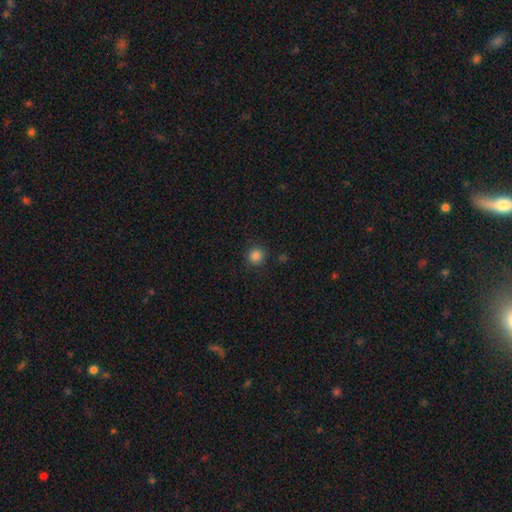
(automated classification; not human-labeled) The model was most divided on "smooth or featured": smooth: 84%, star or artifact: 12%, featured or disk: 4%. More confident: how rounded — round (93%); merging — none (90%).